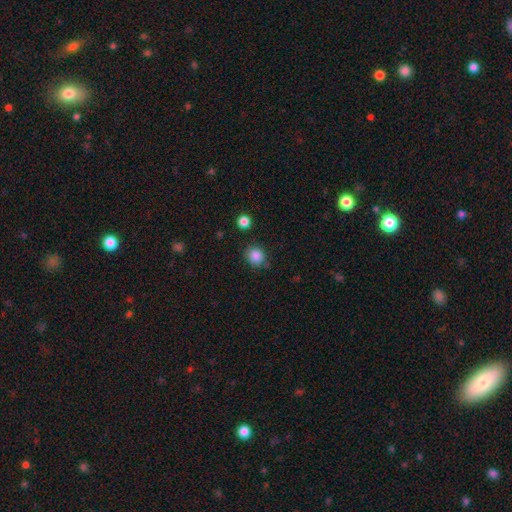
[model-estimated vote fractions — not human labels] smooth-or-featured: smooth: 86% | star or artifact: 10% | featured or disk: 4%
  how-rounded: round: 84% | in between: 15% | cigar-shaped: 1%
  merging: none: 79% | minor disturbance: 14% | major disturbance: 4% | merger: 4%